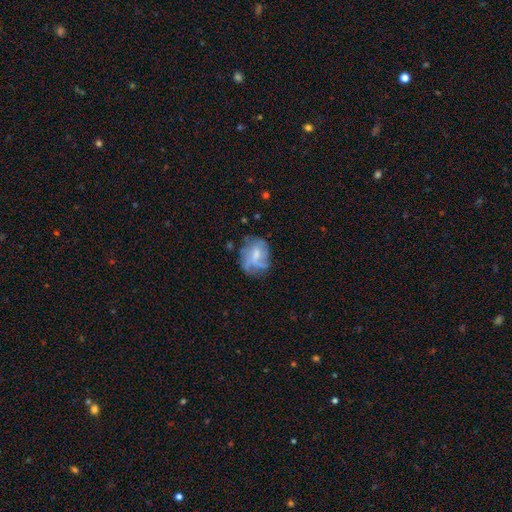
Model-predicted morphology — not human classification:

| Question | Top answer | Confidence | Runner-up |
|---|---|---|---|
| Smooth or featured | featured or disk | 46% | smooth (44%) |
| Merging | none | 49% | minor disturbance (27%) |